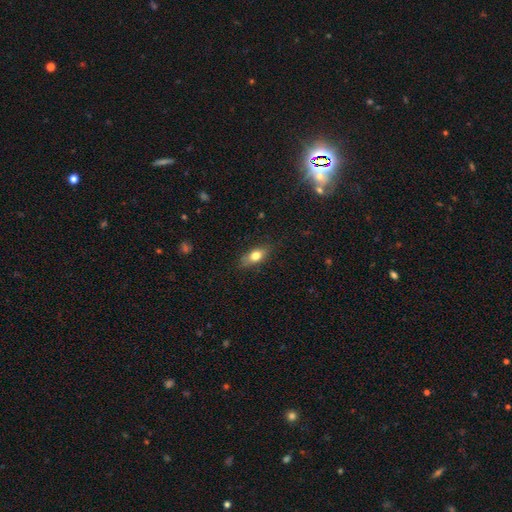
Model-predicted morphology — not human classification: Smooth or featured? Predicted: smooth (p=0.72). How rounded? Predicted: in between (p=0.76). Merging? Predicted: none (p=0.80).